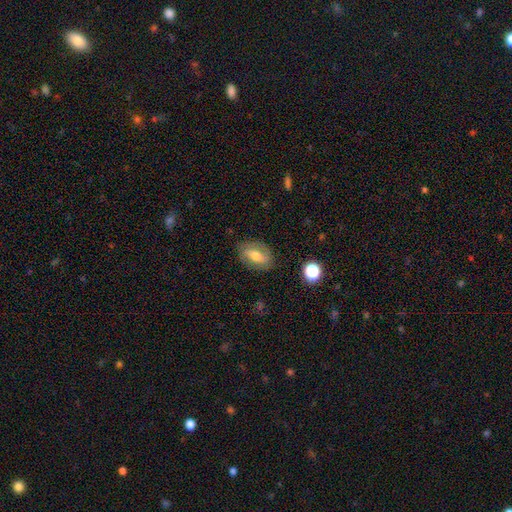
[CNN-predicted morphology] smooth_or_featured: smooth (p=0.50) [alt: featured or disk p=0.41]
how_rounded: in between (p=0.80) [alt: round p=0.17]
merging: none (p=0.79) [alt: minor disturbance p=0.15]